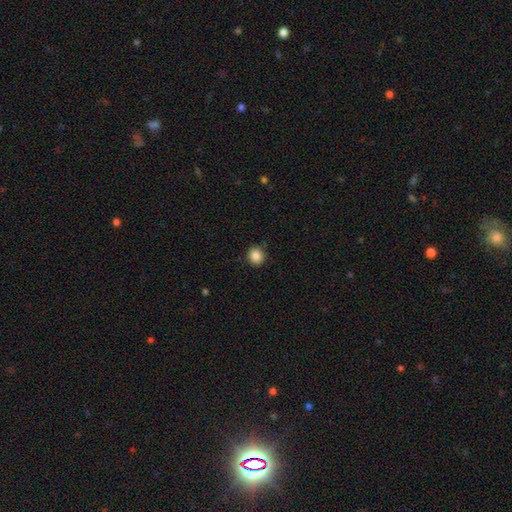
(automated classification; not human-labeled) Smooth or featured? Predicted: smooth (p=0.86). How rounded? Predicted: round (p=0.84). Merging? Predicted: none (p=0.88).